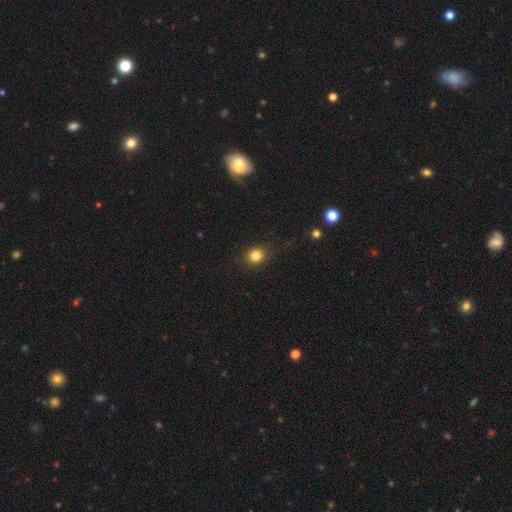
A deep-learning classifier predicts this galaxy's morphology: The model was most divided on "how rounded": round: 75%, in between: 24%, cigar-shaped: 1%. More confident: merging — none (86%); smooth or featured — smooth (83%).